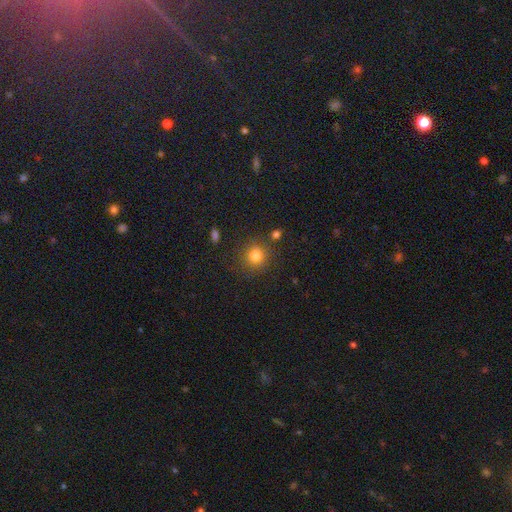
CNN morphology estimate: Smooth or featured?
  - smooth: 80% *
  - star or artifact: 14%
  - featured or disk: 6%
How rounded?
  - round: 89% *
  - in between: 10%
  - cigar-shaped: 1%
Merging?
  - none: 84% *
  - minor disturbance: 9%
  - merger: 4%
  - major disturbance: 3%